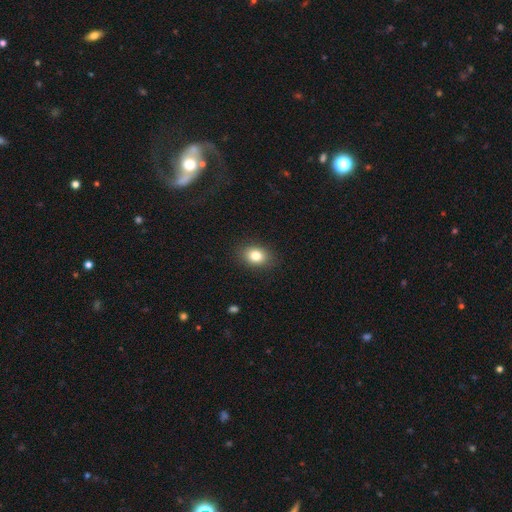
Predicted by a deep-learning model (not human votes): Smooth or featured?
  - smooth: 82% *
  - star or artifact: 10%
  - featured or disk: 8%
How rounded?
  - in between: 63% *
  - round: 36%
  - cigar-shaped: 1%
Merging?
  - none: 88% *
  - minor disturbance: 9%
  - major disturbance: 3%
  - merger: 1%